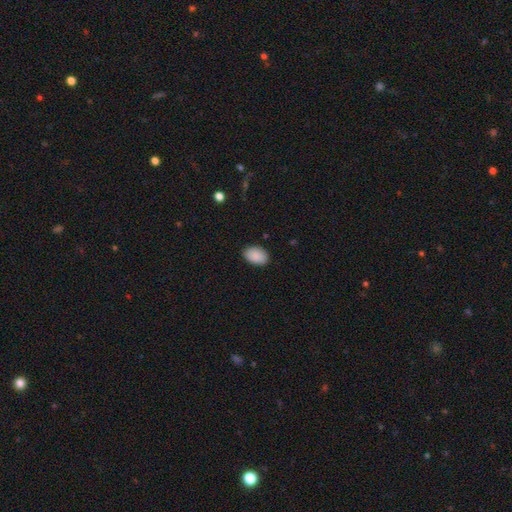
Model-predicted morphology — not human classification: A smooth galaxy with no disk features (90%) that is in between round and cigar-shaped (88%). Merging: none (87%).